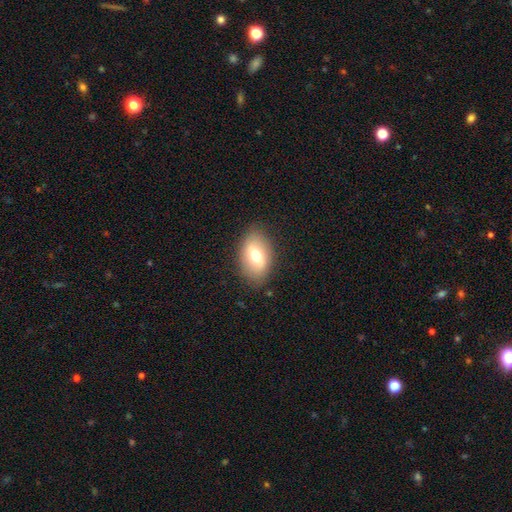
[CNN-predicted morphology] Smooth or featured?
  - smooth: 62% *
  - featured or disk: 30%
  - star or artifact: 8%
How rounded?
  - in between: 86% *
  - round: 12%
  - cigar-shaped: 2%
Merging?
  - none: 83% *
  - minor disturbance: 13%
  - major disturbance: 4%
  - merger: 1%